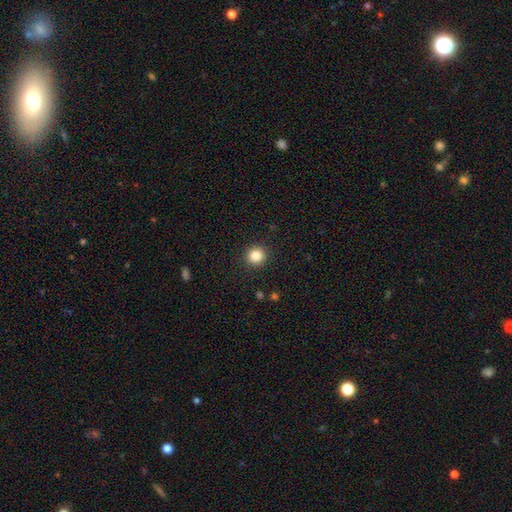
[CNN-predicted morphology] A smooth galaxy with no disk features (85%) that is round (93%).

Vote fractions:
- Smooth or featured? smooth: 85% / star or artifact: 11% / featured or disk: 4%
- How rounded? round: 93% / in between: 6% / cigar-shaped: 1%
- Merging? none: 92% / minor disturbance: 5% / major disturbance: 2% / merger: 1%